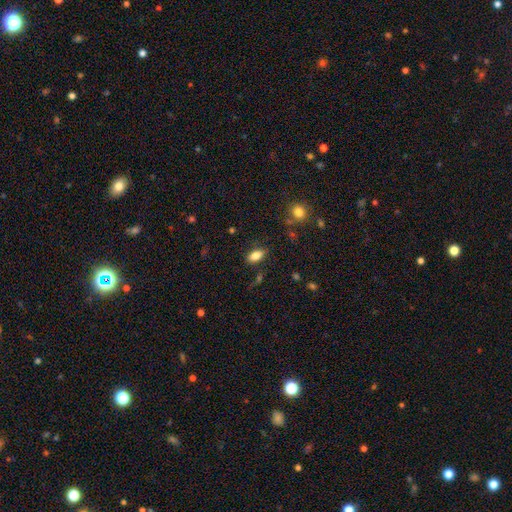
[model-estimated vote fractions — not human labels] smooth_or_featured: smooth (p=0.81) [alt: featured or disk p=0.10]
how_rounded: in between (p=0.89) [alt: cigar-shaped p=0.07]
merging: none (p=0.83) [alt: minor disturbance p=0.11]